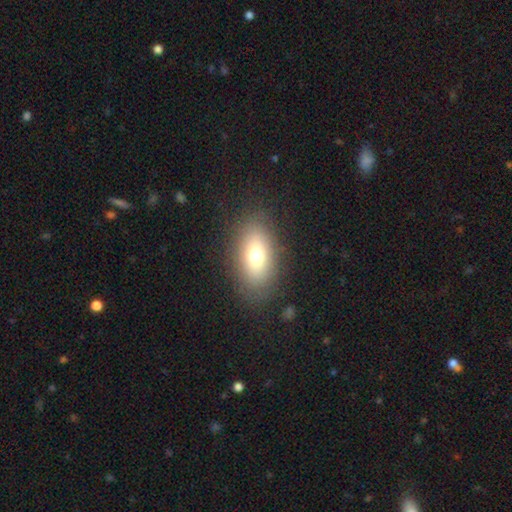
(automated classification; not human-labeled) smooth 72%, featured or disk 17%, star or artifact 11%. Down the decision tree: how rounded — in between (86%); merging — none (83%).